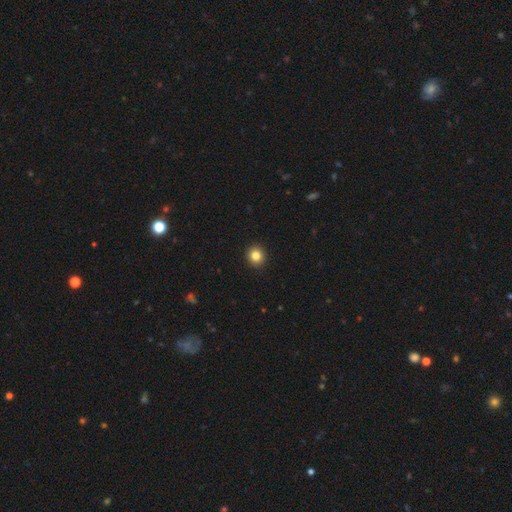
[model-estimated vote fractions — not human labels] smooth_or_featured: smooth (p=0.84) [alt: star or artifact p=0.11]
how_rounded: round (p=0.89) [alt: in between p=0.10]
merging: none (p=0.92) [alt: minor disturbance p=0.05]